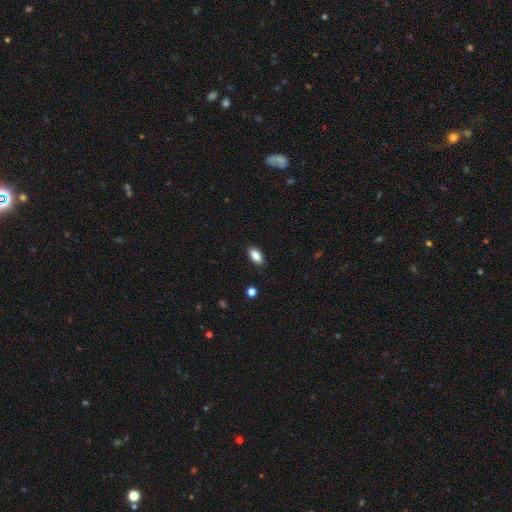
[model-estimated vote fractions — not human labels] Smooth or featured? smooth (88%)
How rounded? in between (91%)
Merging? none (86%)